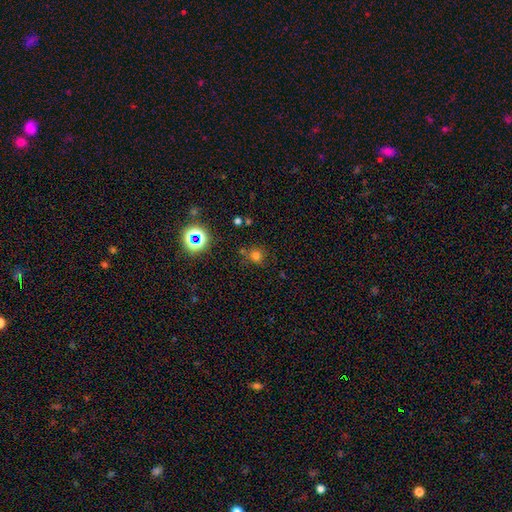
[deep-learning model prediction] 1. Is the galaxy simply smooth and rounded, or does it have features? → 70% smooth, 23% star or artifact, 7% featured or disk.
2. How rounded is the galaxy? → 88% round, 11% in between, 1% cigar-shaped.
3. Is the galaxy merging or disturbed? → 75% none, 12% minor disturbance, 8% merger, 5% major disturbance.